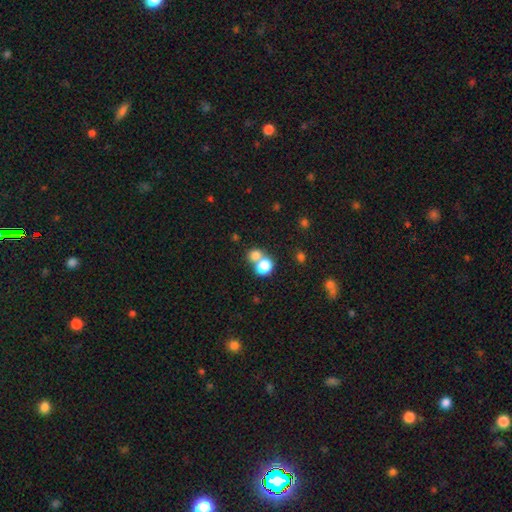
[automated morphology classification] Q: Smooth or featured?
A: smooth (77%); runner-up: star or artifact (14%)
Q: How rounded?
A: round (73%); runner-up: in between (26%)
Q: Merging?
A: merger (47%); runner-up: none (42%)